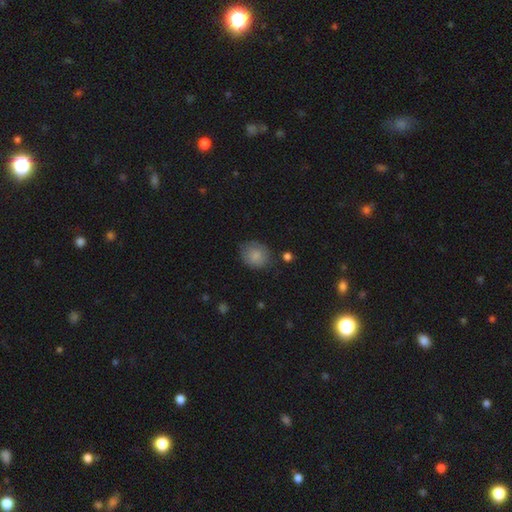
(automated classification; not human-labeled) Q: Smooth or featured?
A: smooth (82%); runner-up: featured or disk (10%)
Q: How rounded?
A: round (65%); runner-up: in between (34%)
Q: Merging?
A: none (69%); runner-up: minor disturbance (23%)